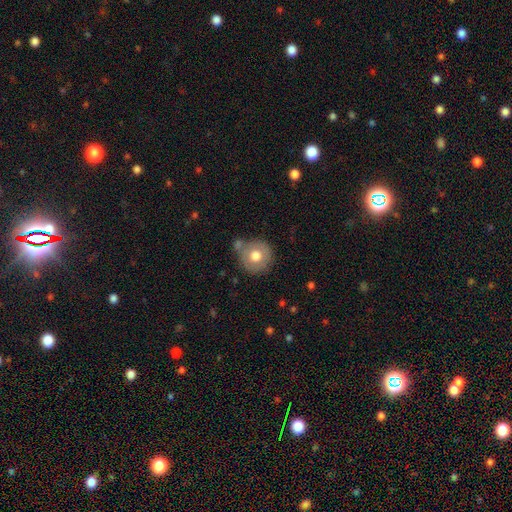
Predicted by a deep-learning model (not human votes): Overall: smooth (68%). How rounded: round (91%). Merging: none (64%).